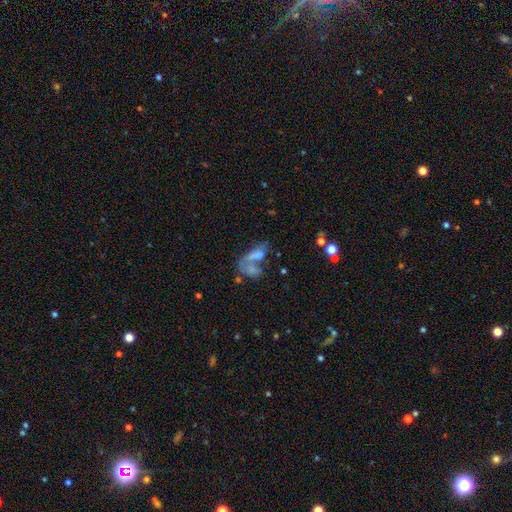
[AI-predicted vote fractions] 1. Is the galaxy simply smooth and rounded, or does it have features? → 48% smooth, 33% featured or disk, 19% star or artifact.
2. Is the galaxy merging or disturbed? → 51% merger, 24% none, 15% major disturbance, 10% minor disturbance.